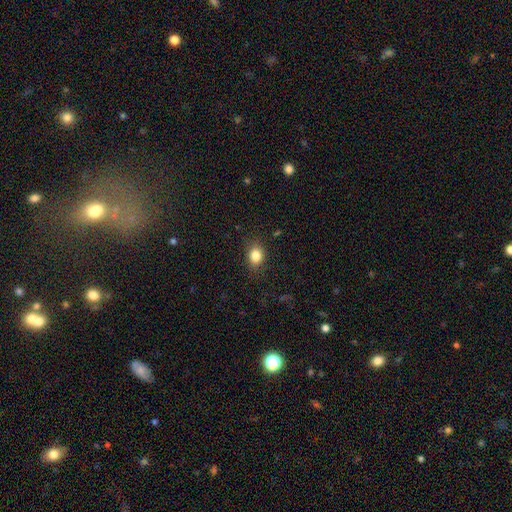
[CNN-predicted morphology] This appears to be a smooth galaxy with no disk features (84%) that is in between round and cigar-shaped (56%). Merging: none (84%).